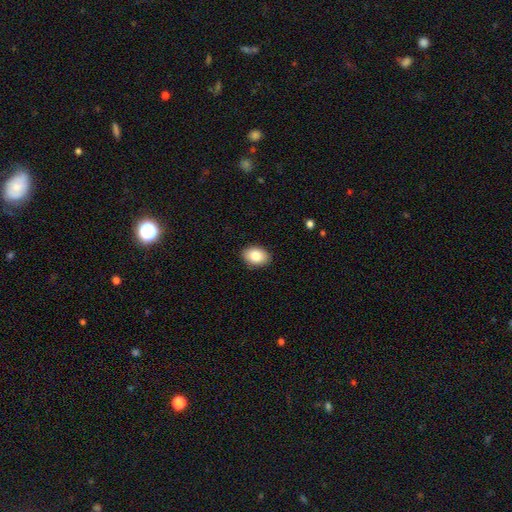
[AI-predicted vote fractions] smooth_or_featured: smooth (p=0.84) [alt: featured or disk p=0.08]
how_rounded: in between (p=0.80) [alt: round p=0.19]
merging: none (p=0.89) [alt: minor disturbance p=0.09]